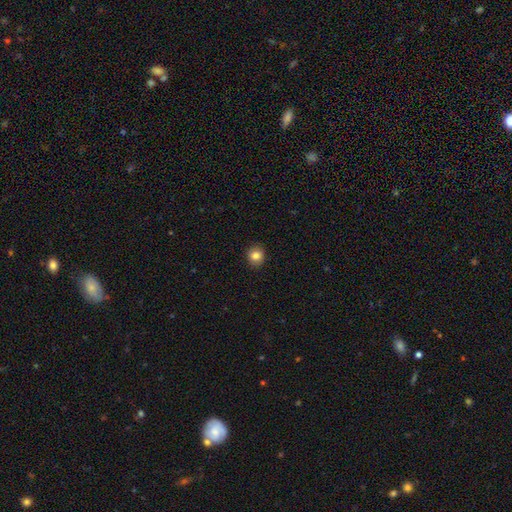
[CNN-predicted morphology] This is clearly a smooth galaxy (84%). How rounded: clearly round (85%). Merging: clearly none (91%).